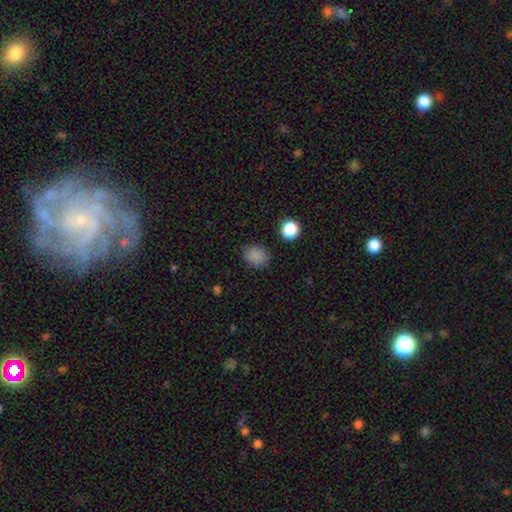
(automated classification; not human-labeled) Overall: smooth (84%). How rounded: round (52%; in between 47%). Merging: none (83%).